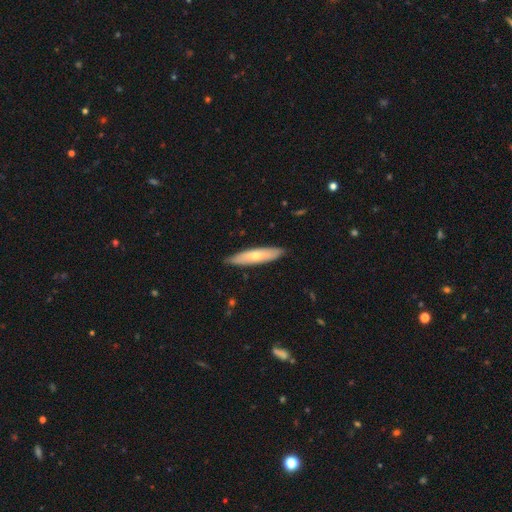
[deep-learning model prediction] Q: Smooth or featured?
A: smooth (59%); runner-up: featured or disk (36%)
Q: How rounded?
A: cigar-shaped (77%); runner-up: in between (22%)
Q: Merging?
A: none (85%); runner-up: minor disturbance (12%)